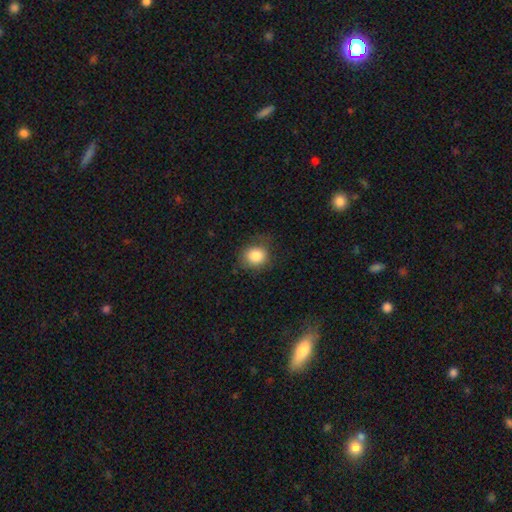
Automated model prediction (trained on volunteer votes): A smooth galaxy with no disk features (84%) that is round (70%).

Vote fractions:
- Smooth or featured? smooth: 84% / star or artifact: 9% / featured or disk: 7%
- How rounded? round: 70% / in between: 30% / cigar-shaped: 1%
- Merging? none: 72% / minor disturbance: 20% / major disturbance: 6% / merger: 1%